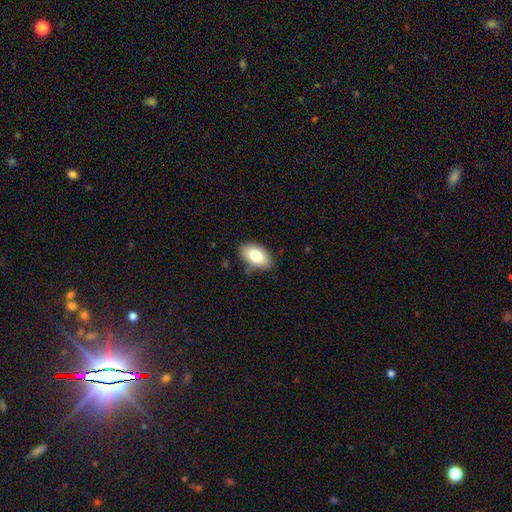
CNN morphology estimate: Overall: smooth (80%). How rounded: in between (93%). Merging: none (82%).